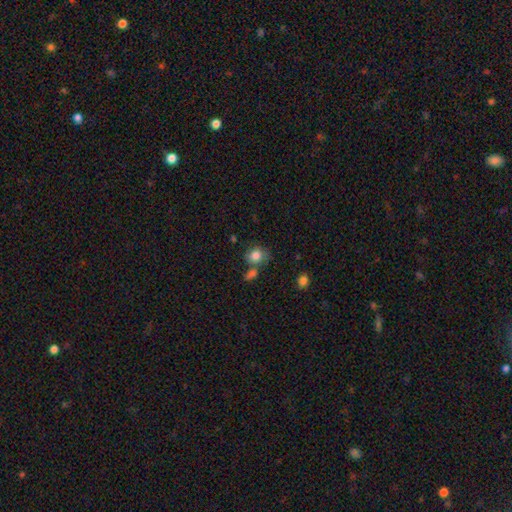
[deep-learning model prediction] Smooth or featured?
  - smooth: 82% *
  - star or artifact: 9%
  - featured or disk: 9%
How rounded?
  - round: 63% *
  - in between: 36%
  - cigar-shaped: 1%
Merging?
  - none: 54% *
  - merger: 20%
  - minor disturbance: 19%
  - major disturbance: 8%